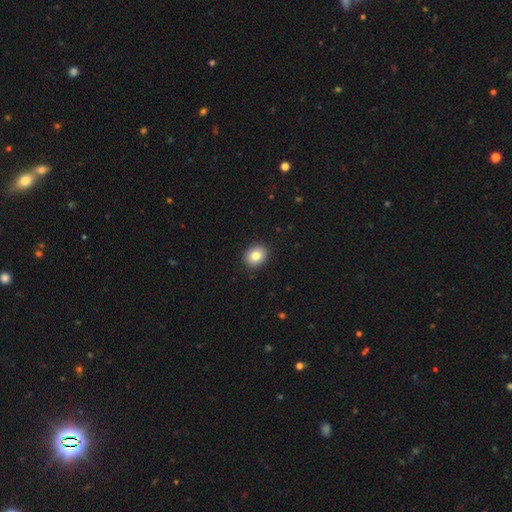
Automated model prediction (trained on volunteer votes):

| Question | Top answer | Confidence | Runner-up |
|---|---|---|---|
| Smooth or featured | smooth | 83% | star or artifact (9%) |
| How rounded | round | 54% | in between (46%) |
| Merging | none | 91% | minor disturbance (7%) |